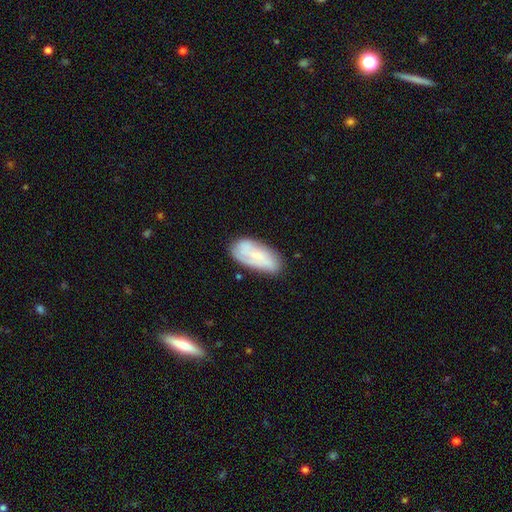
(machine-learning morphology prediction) The model was most divided on "smooth or featured": smooth: 53%, featured or disk: 40%, star or artifact: 7%. More confident: how rounded — in between (87%); merging — none (64%).